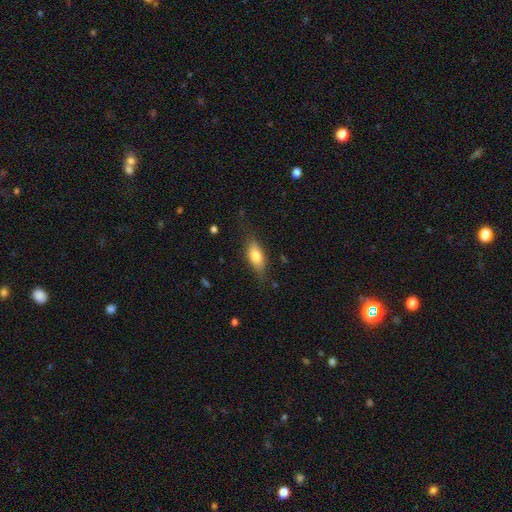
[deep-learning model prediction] Q: Smooth or featured?
A: smooth (73%); runner-up: featured or disk (20%)
Q: How rounded?
A: in between (75%); runner-up: cigar-shaped (21%)
Q: Merging?
A: none (73%); runner-up: minor disturbance (20%)